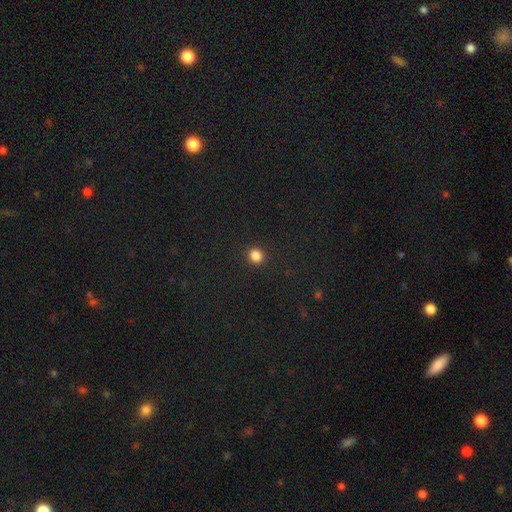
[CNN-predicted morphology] smooth_or_featured: smooth (p=0.85) [alt: star or artifact p=0.12]
how_rounded: round (p=0.87) [alt: in between p=0.12]
merging: none (p=0.92) [alt: minor disturbance p=0.05]